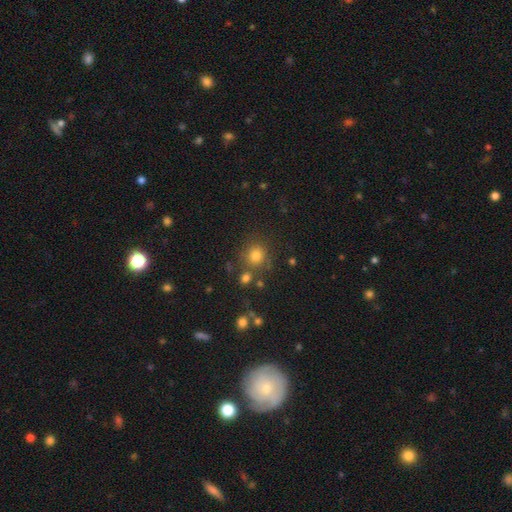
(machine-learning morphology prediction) smooth_or_featured: smooth (p=0.77) [alt: star or artifact p=0.15]
how_rounded: round (p=0.89) [alt: in between p=0.10]
merging: none (p=0.76) [alt: minor disturbance p=0.10]